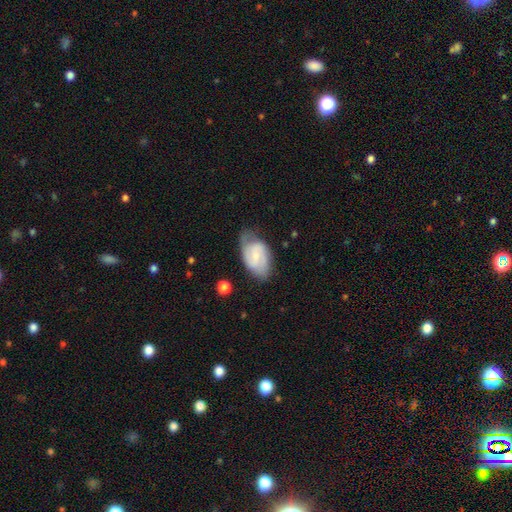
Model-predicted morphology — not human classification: featured or disk 59%, smooth 34%, star or artifact 6%. Down the decision tree: edge-on disk — no (96%); bar — weak (51%); spiral arms — yes (88%); spiral arm count — 2 (72%); spiral winding — medium (47%); bulge size — small (61%); merging — none (57%).